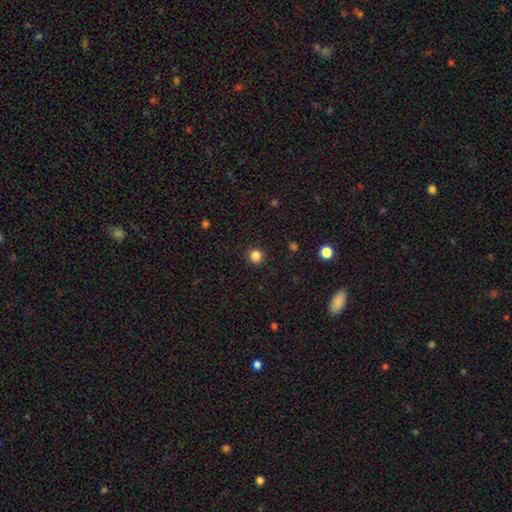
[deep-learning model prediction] A smooth galaxy with no disk features (84%) that is round (95%). Merging: none (92%).